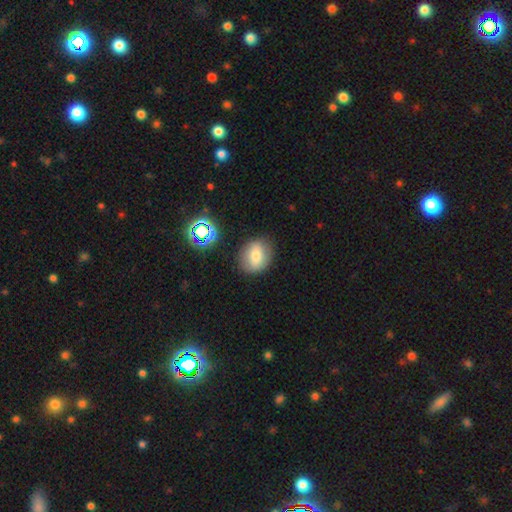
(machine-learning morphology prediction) type=smooth (72%); roundness=in between (51%); merging=none (82%).